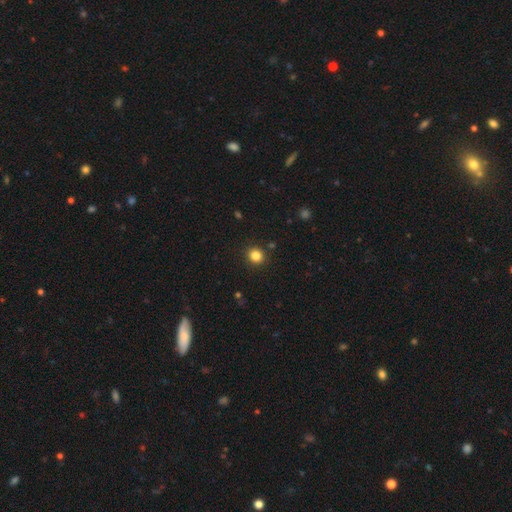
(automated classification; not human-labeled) smooth 83%, star or artifact 12%, featured or disk 4%. Down the decision tree: how rounded — round (86%); merging — none (90%).